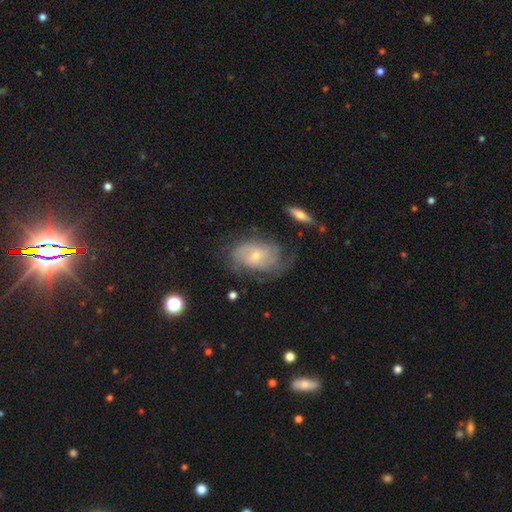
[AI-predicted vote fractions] Morphology: type=featured or disk (78%); edge-on=no (96%); bar=no (69%); spiral arms=yes (92%); winding=tight (51%); arm count=can't tell (37%); bulge=small (65%); merging=none (60%).